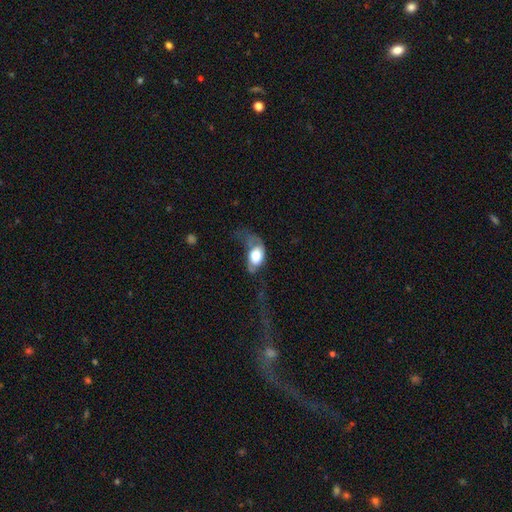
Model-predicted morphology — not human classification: Overall: smooth (59%; featured or disk 34%). How rounded: in between (84%). Merging: major disturbance (58%; minor disturbance 19%).